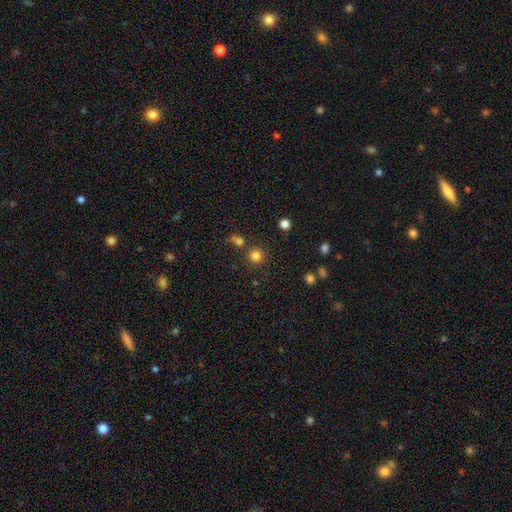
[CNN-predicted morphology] Smooth or featured: smooth — 79% (star or artifact — 15%)
How rounded: round — 93% (in between — 6%)
Merging: none — 78% (merger — 11%)